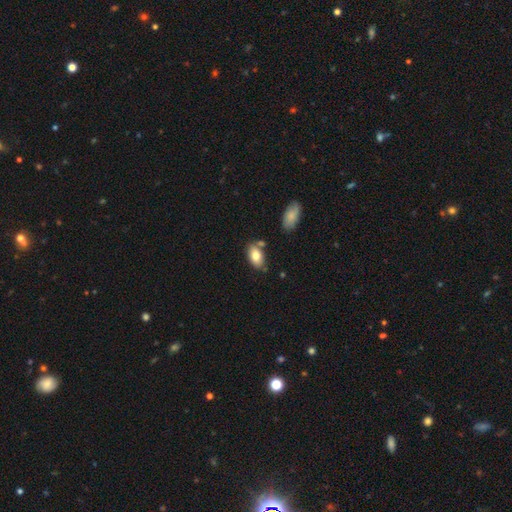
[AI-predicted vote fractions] A smooth galaxy with no disk features (80%) that is in between round and cigar-shaped (93%). Merging: none (69%).